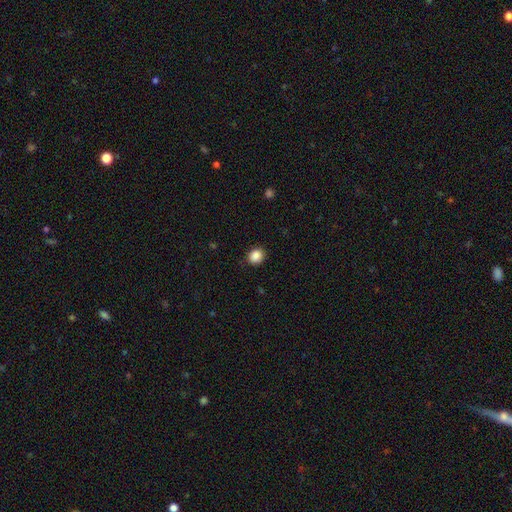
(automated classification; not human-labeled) Smooth or featured?
  - smooth: 88% *
  - star or artifact: 9%
  - featured or disk: 3%
How rounded?
  - round: 66% *
  - in between: 33%
  - cigar-shaped: 1%
Merging?
  - none: 88% *
  - minor disturbance: 9%
  - major disturbance: 2%
  - merger: 1%